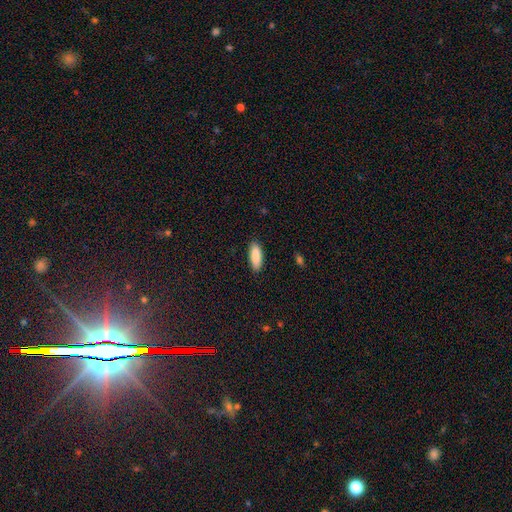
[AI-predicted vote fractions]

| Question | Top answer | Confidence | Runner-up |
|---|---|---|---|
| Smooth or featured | smooth | 90% | star or artifact (6%) |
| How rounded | in between | 73% | cigar-shaped (26%) |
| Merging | none | 88% | minor disturbance (9%) |